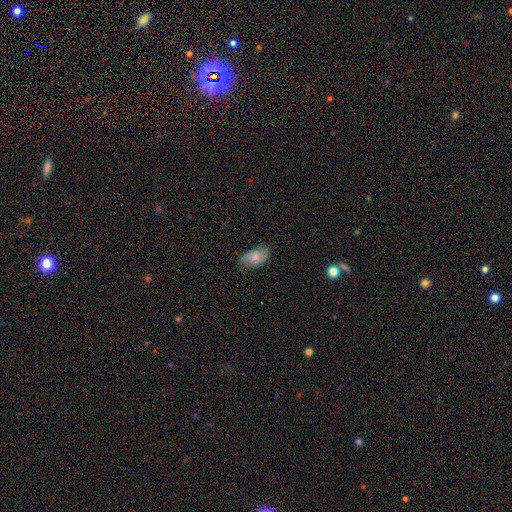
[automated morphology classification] smooth_or_featured: smooth (p=0.49) [alt: featured or disk p=0.43]
merging: none (p=0.67) [alt: minor disturbance p=0.24]